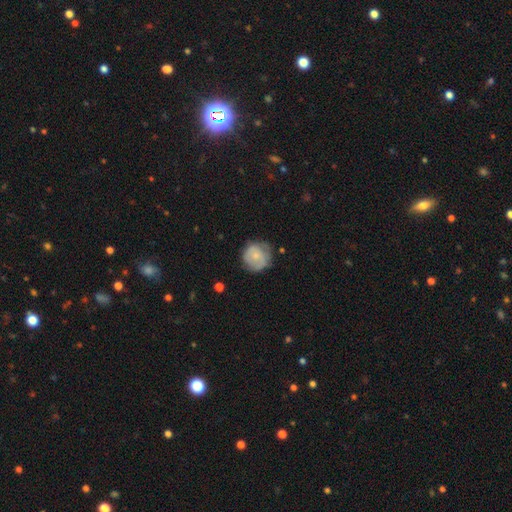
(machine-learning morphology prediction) This appears to be a smooth galaxy with no disk features (65%) that is round (90%). Merging: none (64%).